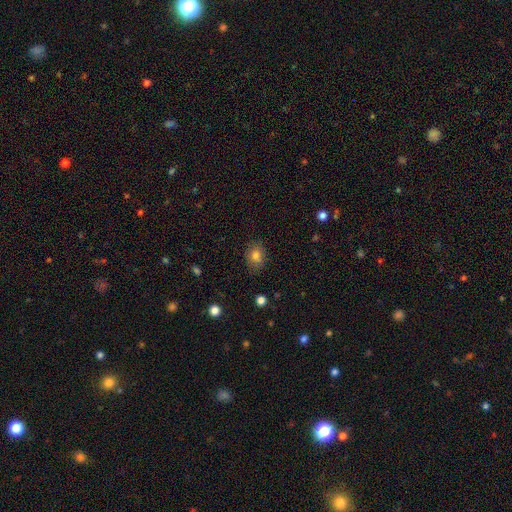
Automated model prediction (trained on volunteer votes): smooth_or_featured: smooth (p=0.80) [alt: star or artifact p=0.11]
how_rounded: in between (p=0.59) [alt: round p=0.40]
merging: none (p=0.77) [alt: minor disturbance p=0.17]